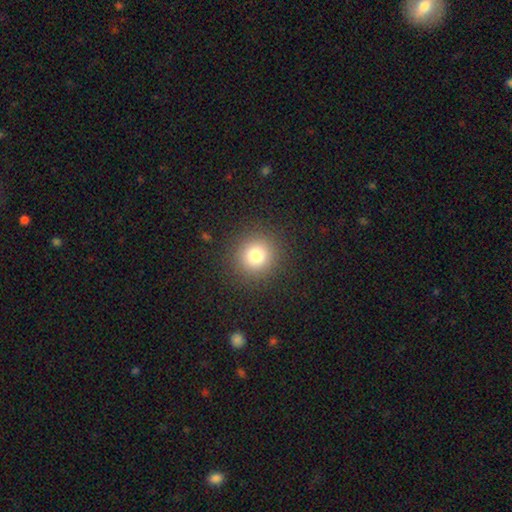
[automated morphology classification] A smooth galaxy with no disk features (78%) that is round (92%). Merging: none (90%).